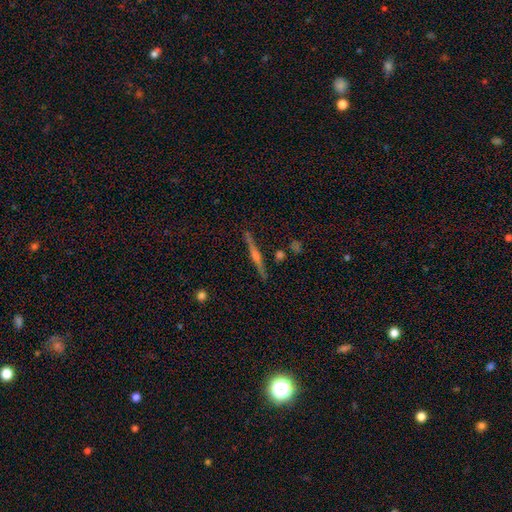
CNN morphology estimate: featured or disk 77%, smooth 16%, star or artifact 7%. Down the decision tree: edge-on disk — yes (98%); edge-on bulge — rounded (86%); merging — none (90%).